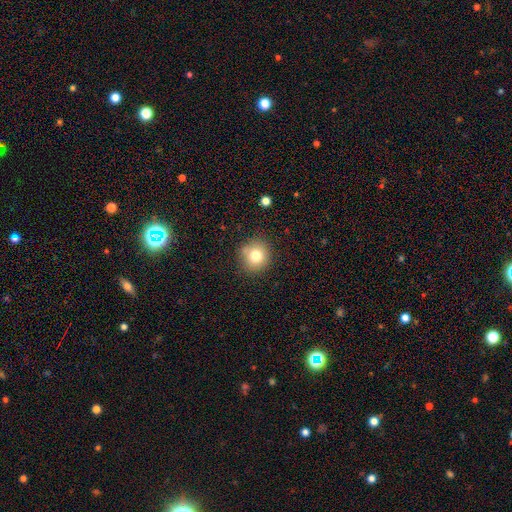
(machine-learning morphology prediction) This appears to be a smooth galaxy with no disk features (77%) that is round (87%). Merging: none (82%).